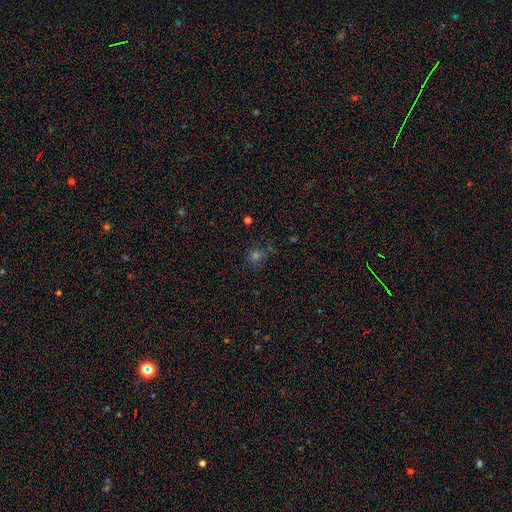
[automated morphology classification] A smooth galaxy with no disk features (51%) that is round (80%). Merging: none (74%).